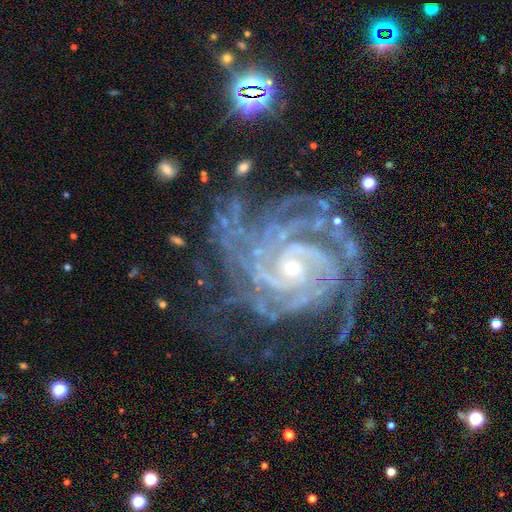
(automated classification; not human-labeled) featured or disk 92%, star or artifact 5%, smooth 3%. Down the decision tree: edge-on disk — no (98%); bar — no (62%); spiral arms — yes (98%); spiral arm count — 4 (23%); spiral winding — tight (76%); bulge size — small (66%); merging — none (62%).